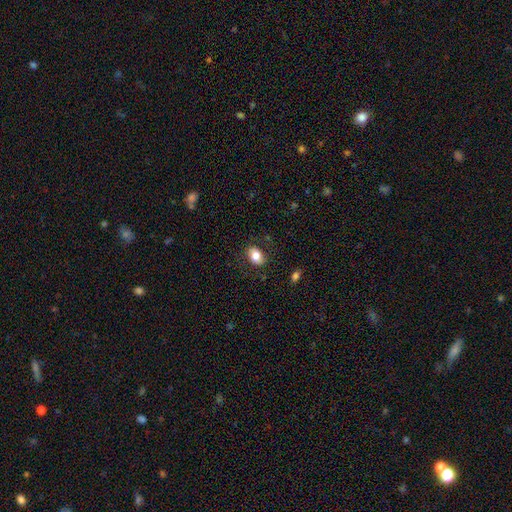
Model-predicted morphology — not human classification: Smooth or featured? smooth (79%)
How rounded? in between (78%)
Merging? none (82%)